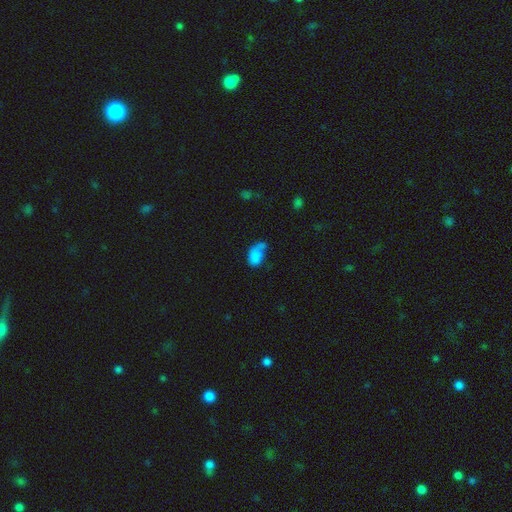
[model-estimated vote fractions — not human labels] A smooth galaxy with no disk features (75%) that is in between round and cigar-shaped (83%).

Vote fractions:
- Smooth or featured? smooth: 75% / featured or disk: 15% / star or artifact: 10%
- How rounded? in between: 83% / round: 15% / cigar-shaped: 2%
- Merging? none: 32% / minor disturbance: 23% / major disturbance: 23% / merger: 22%